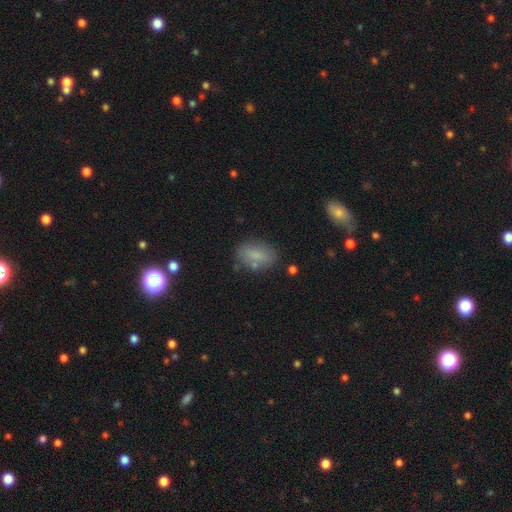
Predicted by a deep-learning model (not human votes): smooth-or-featured: smooth: 76% | featured or disk: 14% | star or artifact: 10%
  how-rounded: in between: 87% | round: 8% | cigar-shaped: 5%
  merging: none: 73% | minor disturbance: 16% | merger: 5% | major disturbance: 5%